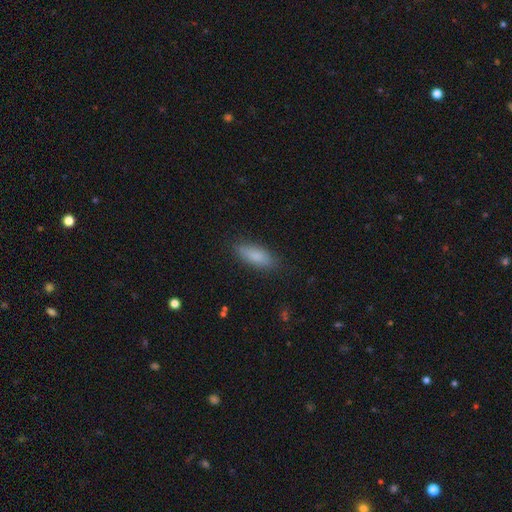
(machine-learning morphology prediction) Smooth or featured? Predicted: smooth (p=0.84). How rounded? Predicted: in between (p=0.68). Merging? Predicted: none (p=0.85).